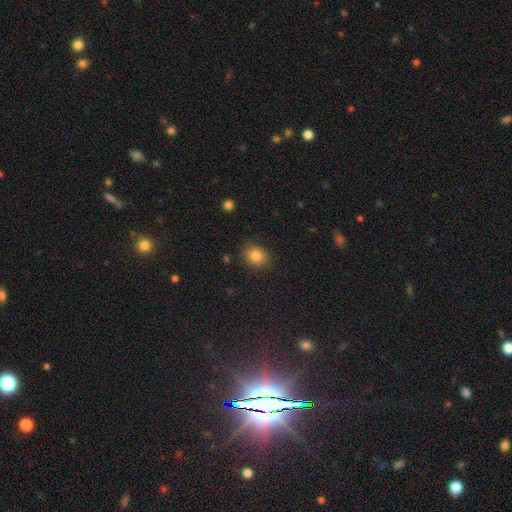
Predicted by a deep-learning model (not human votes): Smooth or featured?
  - smooth: 83% *
  - star or artifact: 11%
  - featured or disk: 6%
How rounded?
  - round: 61% *
  - in between: 38%
  - cigar-shaped: 1%
Merging?
  - none: 87% *
  - minor disturbance: 9%
  - major disturbance: 3%
  - merger: 1%